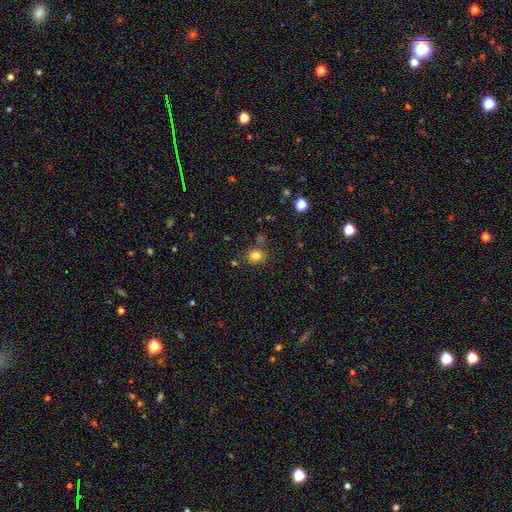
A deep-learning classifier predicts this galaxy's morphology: type=smooth (81%); roundness=round (72%); merging=none (79%).